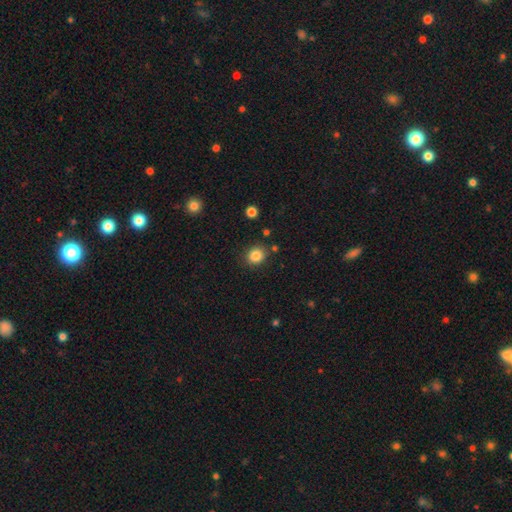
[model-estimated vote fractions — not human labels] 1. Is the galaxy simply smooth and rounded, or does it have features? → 85% smooth, 10% star or artifact, 5% featured or disk.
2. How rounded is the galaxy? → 75% round, 24% in between, 1% cigar-shaped.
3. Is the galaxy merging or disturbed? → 85% none, 9% minor disturbance, 3% merger, 3% major disturbance.